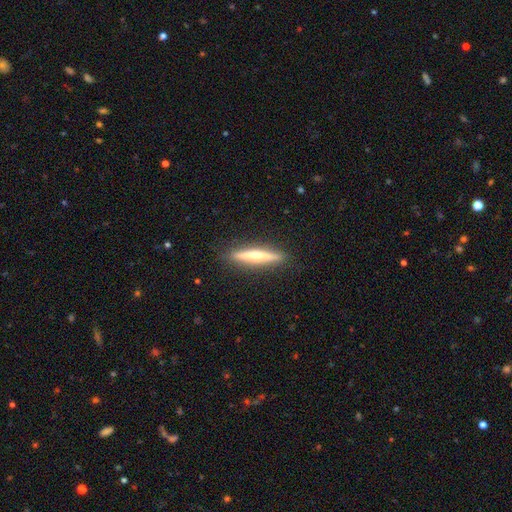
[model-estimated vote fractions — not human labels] A featured or disk galaxy (57%) viewed edge-on (96%) with a rounded central bulge (83%). Merging: none (90%).